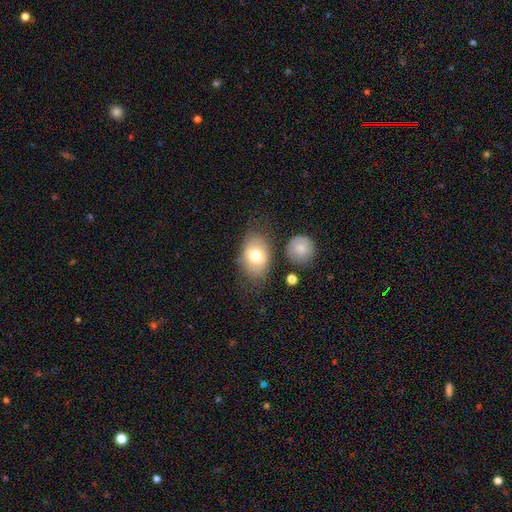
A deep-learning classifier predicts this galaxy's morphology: smooth-or-featured: smooth: 73% | featured or disk: 19% | star or artifact: 8%
  how-rounded: in between: 79% | round: 19% | cigar-shaped: 1%
  merging: none: 66% | minor disturbance: 19% | major disturbance: 8% | merger: 7%